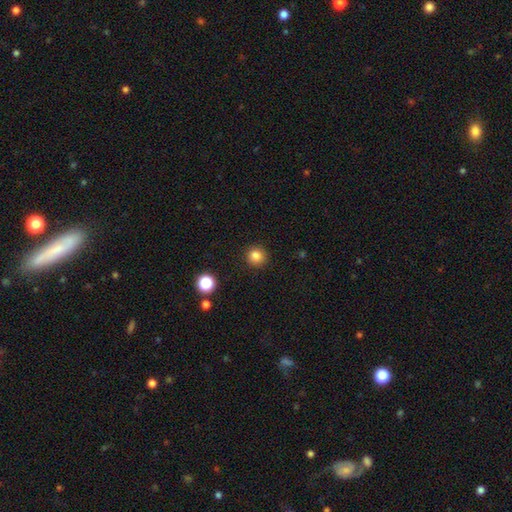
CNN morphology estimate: Smooth or featured? smooth (84%)
How rounded? round (92%)
Merging? none (91%)